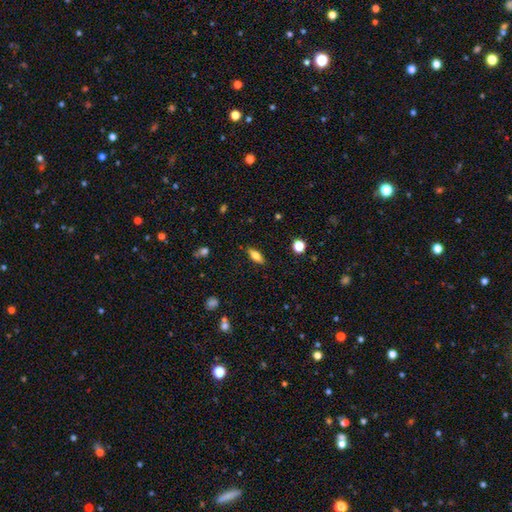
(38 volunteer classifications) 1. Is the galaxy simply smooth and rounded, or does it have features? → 61% smooth, 34% featured or disk, 5% star or artifact.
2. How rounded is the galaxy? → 87% in between, 13% cigar-shaped, 0% round.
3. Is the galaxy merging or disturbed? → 97% none, 3% major disturbance, 0% minor disturbance, 0% merger.